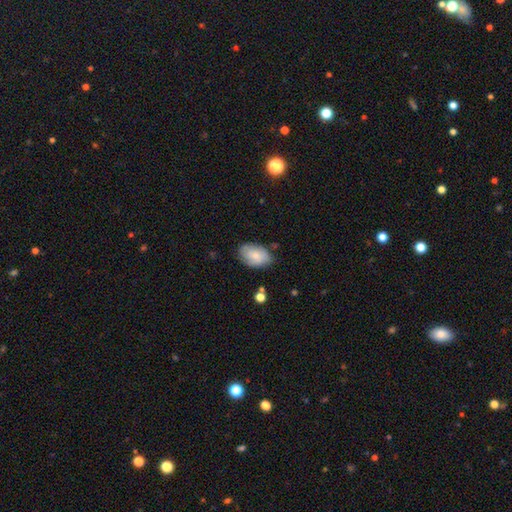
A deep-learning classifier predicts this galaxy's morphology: Smooth or featured?
  - smooth: 65% *
  - featured or disk: 28%
  - star or artifact: 7%
How rounded?
  - in between: 89% *
  - round: 10%
  - cigar-shaped: 1%
Merging?
  - none: 74% *
  - minor disturbance: 20%
  - major disturbance: 4%
  - merger: 2%